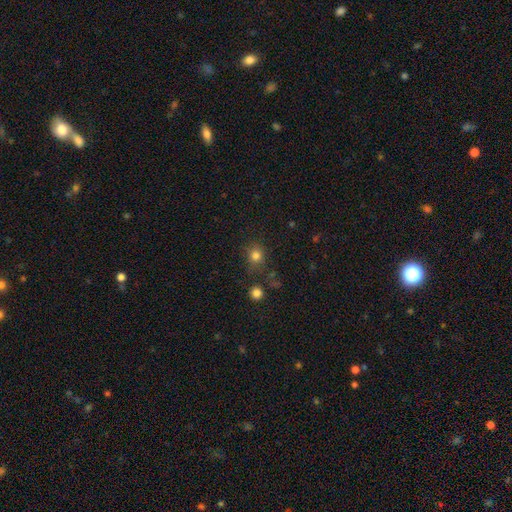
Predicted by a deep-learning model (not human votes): smooth 80%, star or artifact 14%, featured or disk 6%. Down the decision tree: how rounded — round (80%); merging — none (77%).